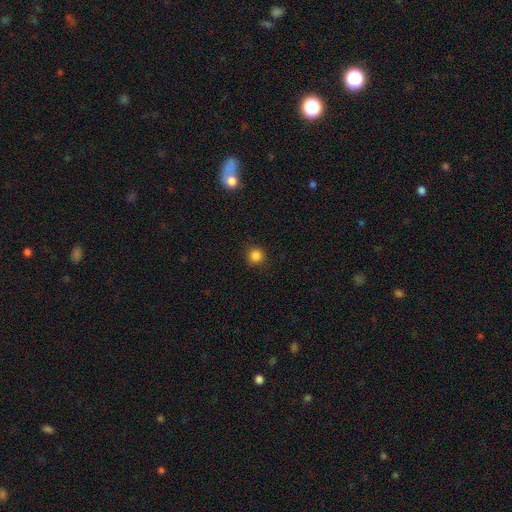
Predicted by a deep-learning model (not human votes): smooth 85%, star or artifact 12%, featured or disk 3%. Down the decision tree: how rounded — round (94%); merging — none (90%).